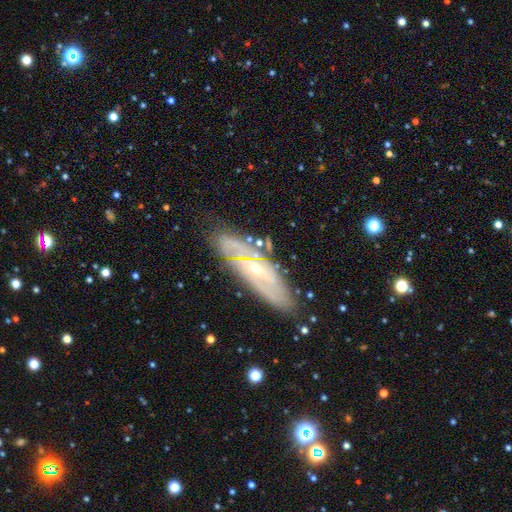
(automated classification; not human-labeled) smooth_or_featured: featured or disk (p=0.75) [alt: smooth p=0.15]
disk_edge_on: no (p=0.64) [alt: yes p=0.36]
merging: none (p=0.81) [alt: minor disturbance p=0.13]